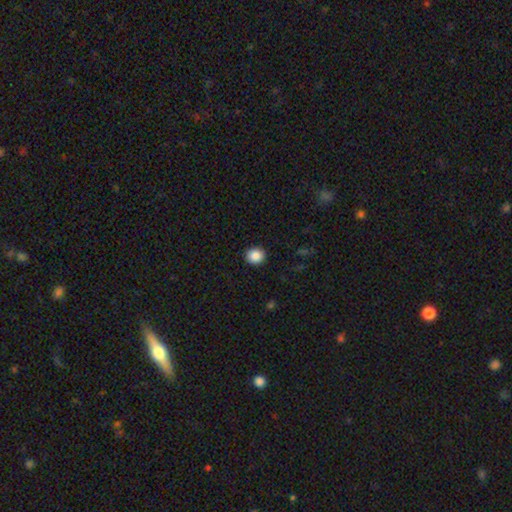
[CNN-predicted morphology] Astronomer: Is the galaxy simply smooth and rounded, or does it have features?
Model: smooth — 87%.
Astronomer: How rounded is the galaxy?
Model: round — 84%.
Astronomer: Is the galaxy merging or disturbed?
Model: none — 91%.